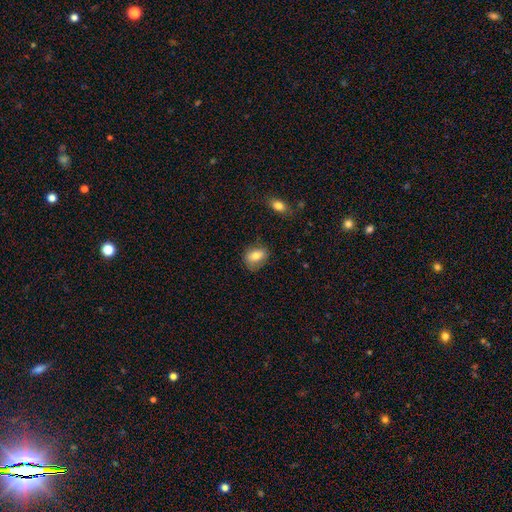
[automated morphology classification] Smooth or featured? smooth (79%)
How rounded? in between (69%)
Merging? none (70%)